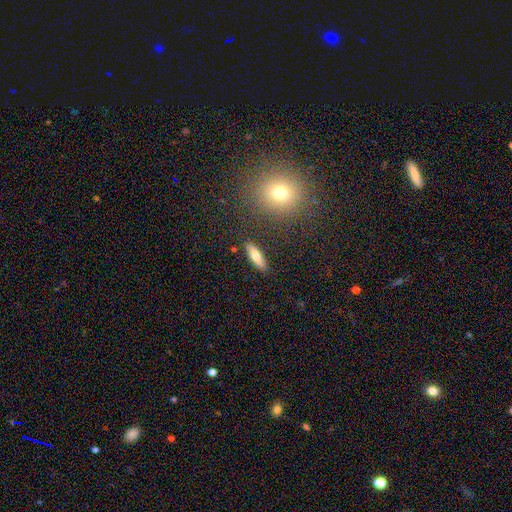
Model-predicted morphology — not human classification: This is likely a smooth galaxy (72%). How rounded: possibly cigar-shaped (58%). Merging: clearly none (87%).